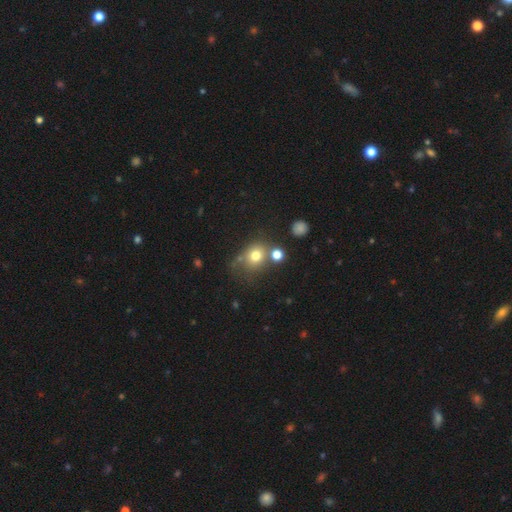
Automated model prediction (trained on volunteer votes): Overall: smooth (74%). How rounded: round (70%). Merging: none (55%; merger 21%).